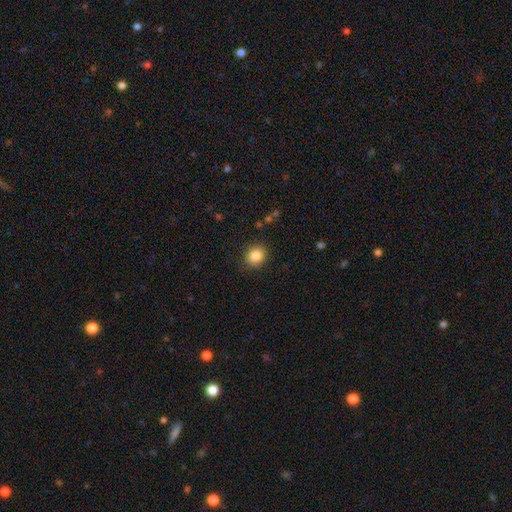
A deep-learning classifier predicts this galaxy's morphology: smooth 84%, star or artifact 10%, featured or disk 6%. Down the decision tree: how rounded — round (77%); merging — none (89%).